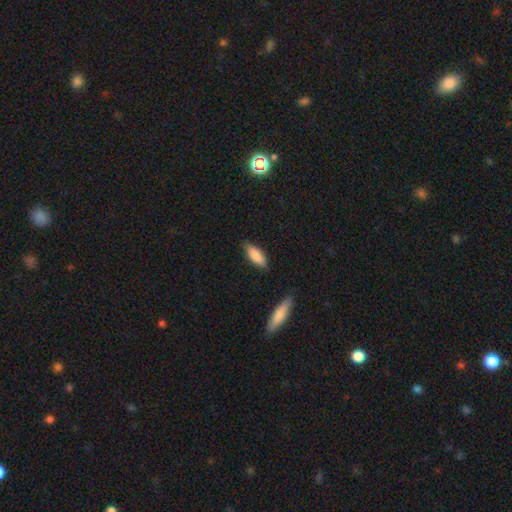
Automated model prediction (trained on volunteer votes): Smooth or featured? Predicted: smooth (p=0.86). How rounded? Predicted: in between (p=0.70). Merging? Predicted: none (p=0.80).